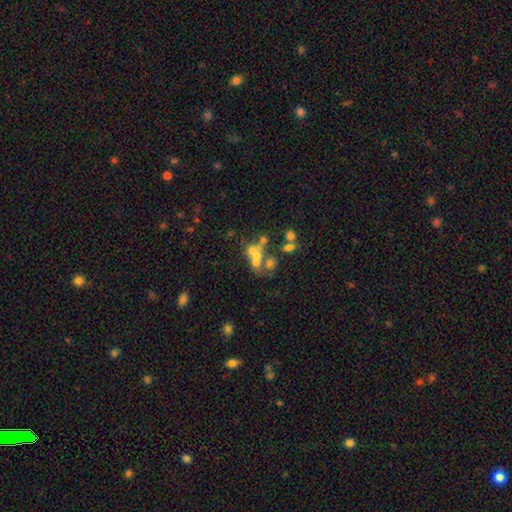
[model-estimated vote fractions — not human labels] The model was most divided on "smooth or featured": smooth: 41%, featured or disk: 38%, star or artifact: 21%. More confident: merging — merger (53%).